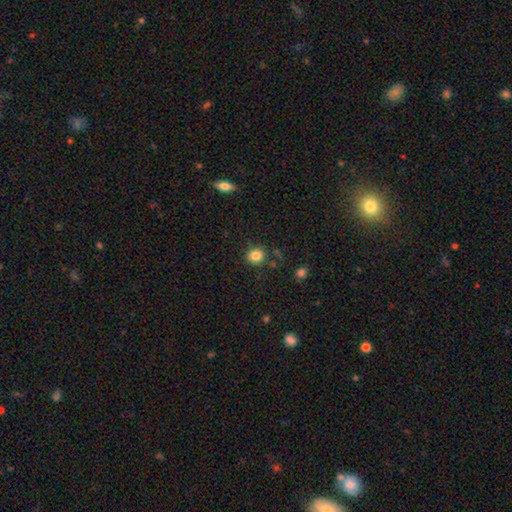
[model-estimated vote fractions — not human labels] smooth-or-featured: smooth: 83% | star or artifact: 11% | featured or disk: 6%
  how-rounded: round: 84% | in between: 15% | cigar-shaped: 1%
  merging: none: 85% | minor disturbance: 9% | merger: 4% | major disturbance: 3%